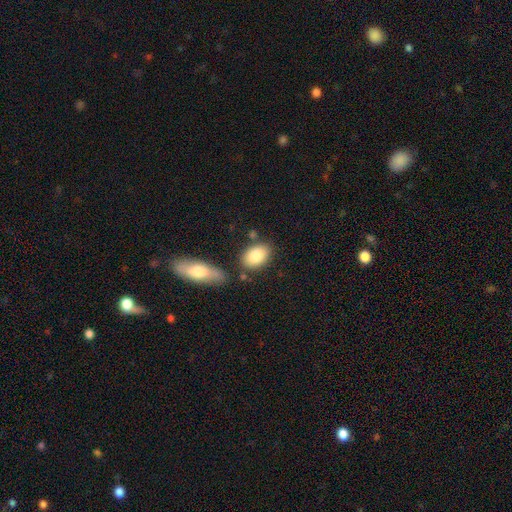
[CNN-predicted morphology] smooth 84%, featured or disk 10%, star or artifact 6%. Down the decision tree: how rounded — in between (88%); merging — none (73%).